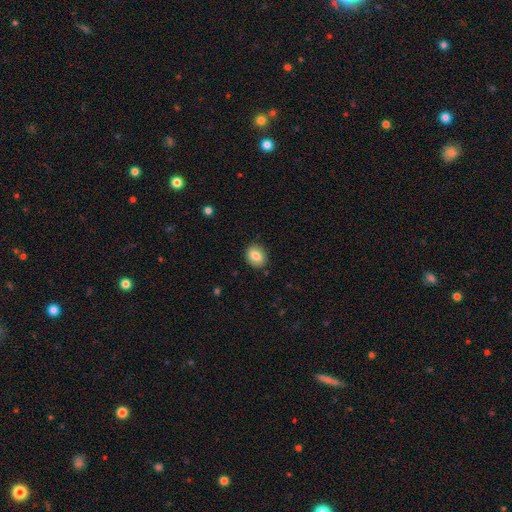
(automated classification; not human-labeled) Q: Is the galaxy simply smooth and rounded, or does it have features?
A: smooth — 81%.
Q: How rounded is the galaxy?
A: round — 56%.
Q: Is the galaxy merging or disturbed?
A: none — 87%.